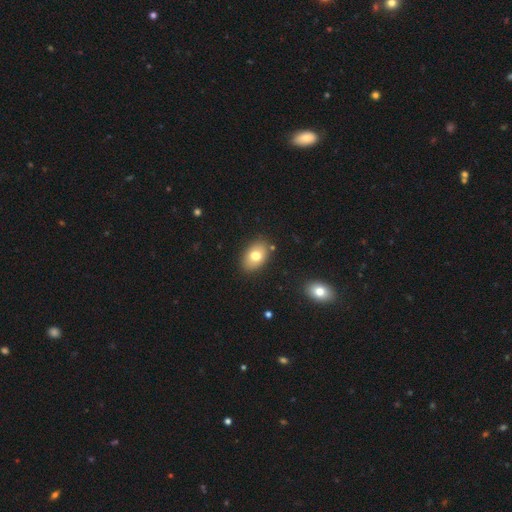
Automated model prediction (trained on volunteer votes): Morphology: type=smooth (75%); roundness=in between (85%); merging=none (85%).